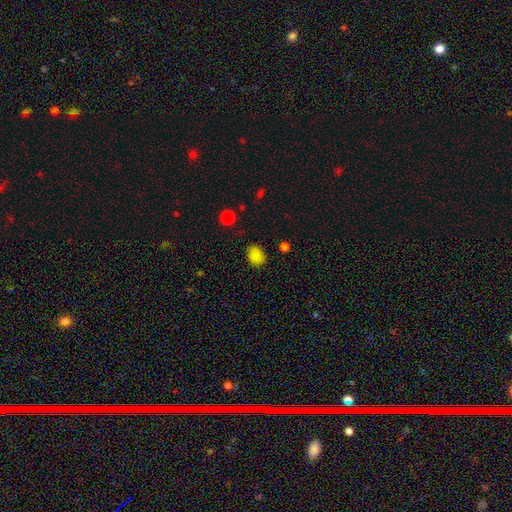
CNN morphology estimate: smooth_or_featured: smooth (p=0.85) [alt: star or artifact p=0.10]
how_rounded: in between (p=0.54) [alt: round p=0.45]
merging: none (p=0.83) [alt: minor disturbance p=0.12]